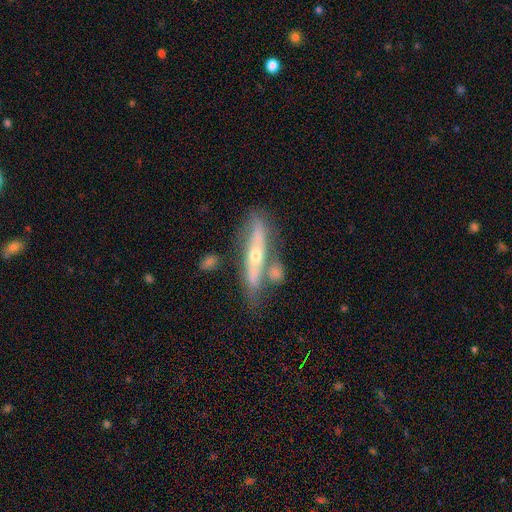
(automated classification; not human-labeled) The model was most divided on "edge-on disk": yes: 65%, no: 35%. More confident: smooth or featured — featured or disk (71%); merging — none (57%).